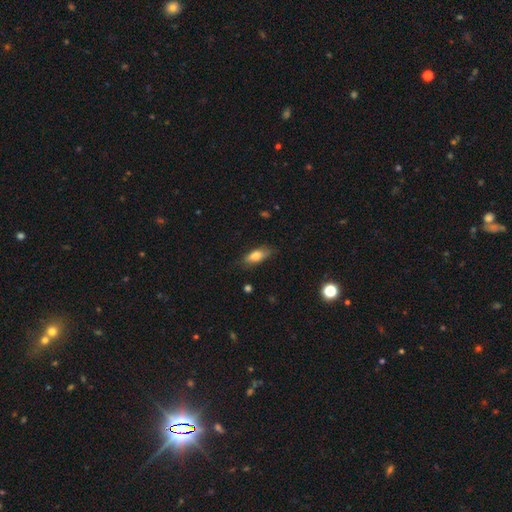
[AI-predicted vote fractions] This appears to be a smooth galaxy with no disk features (76%) that is in between round and cigar-shaped (74%). Merging: none (77%).